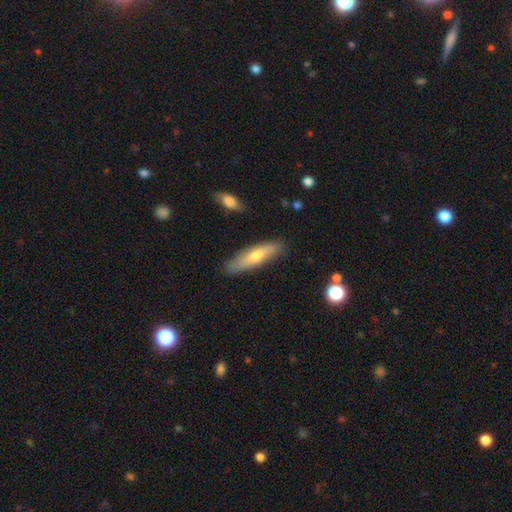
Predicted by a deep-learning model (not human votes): Smooth or featured: smooth — 63% (featured or disk — 31%)
How rounded: cigar-shaped — 73% (in between — 25%)
Merging: none — 85% (minor disturbance — 11%)